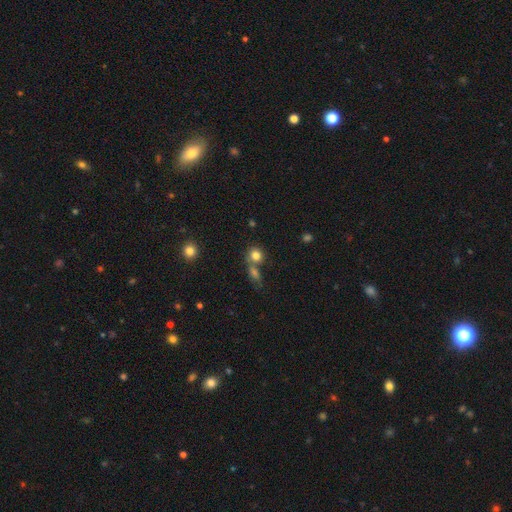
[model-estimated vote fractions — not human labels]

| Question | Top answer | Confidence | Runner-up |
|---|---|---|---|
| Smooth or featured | smooth | 80% | star or artifact (12%) |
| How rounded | round | 80% | in between (19%) |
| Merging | none | 51% | merger (35%) |